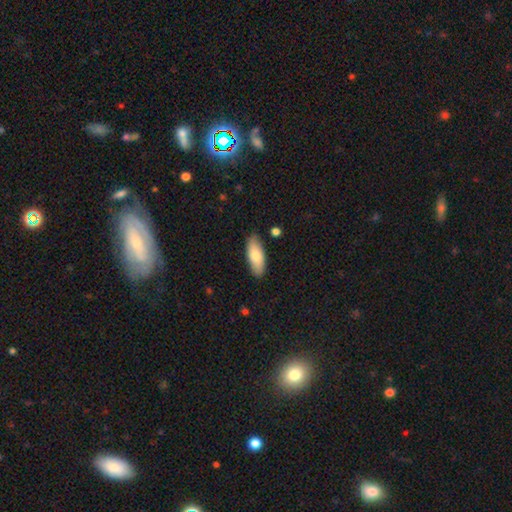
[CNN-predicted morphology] type=smooth (78%); roundness=in between (78%); merging=none (85%).